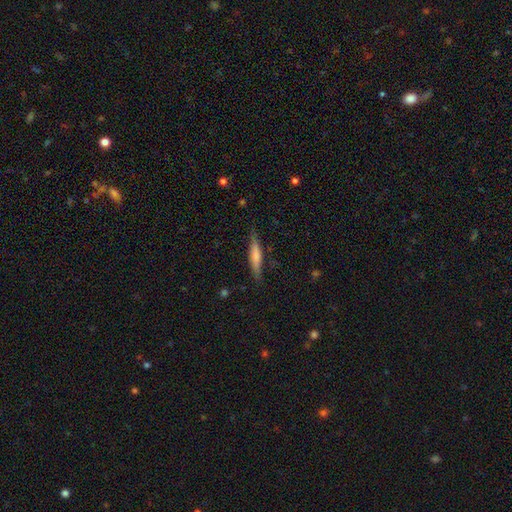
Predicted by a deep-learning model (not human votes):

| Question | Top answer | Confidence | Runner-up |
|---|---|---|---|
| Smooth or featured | smooth | 57% | featured or disk (37%) |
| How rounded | cigar-shaped | 87% | in between (11%) |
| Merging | none | 81% | minor disturbance (15%) |